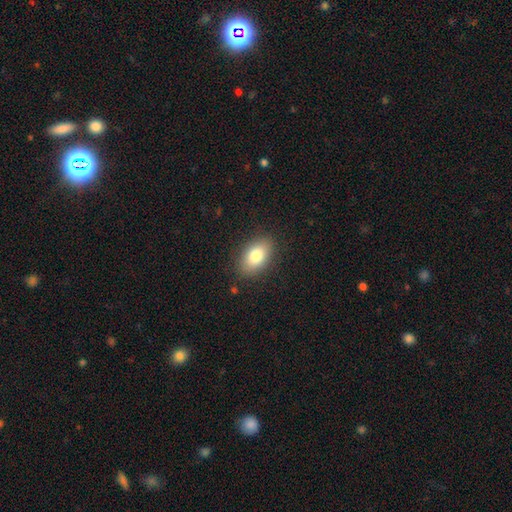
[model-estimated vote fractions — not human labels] Smooth or featured? Predicted: smooth (p=0.81). How rounded? Predicted: in between (p=0.90). Merging? Predicted: none (p=0.86).